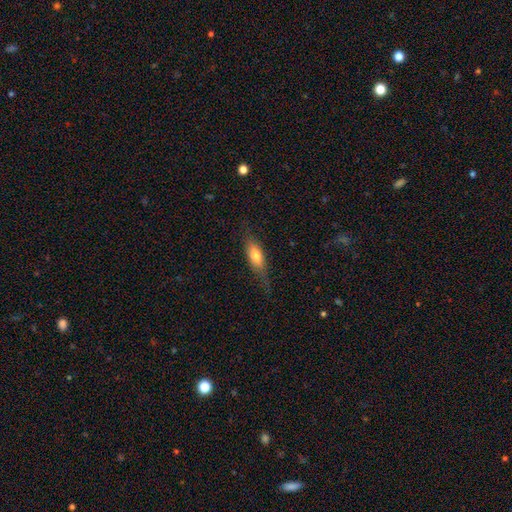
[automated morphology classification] type=smooth (64%); roundness=in between (61%); merging=none (67%).